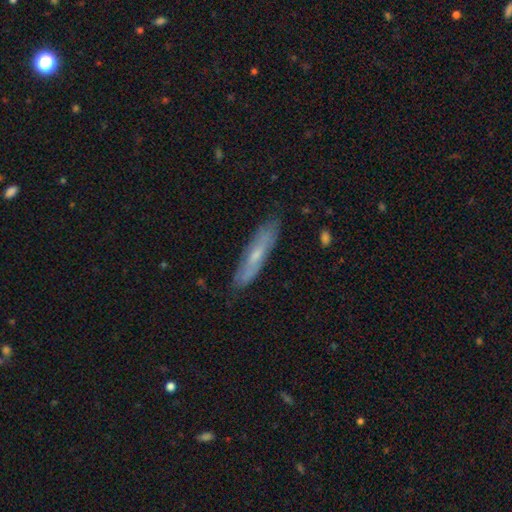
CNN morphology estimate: Smooth or featured? Predicted: featured or disk (p=0.49). Merging? Predicted: none (p=0.83).